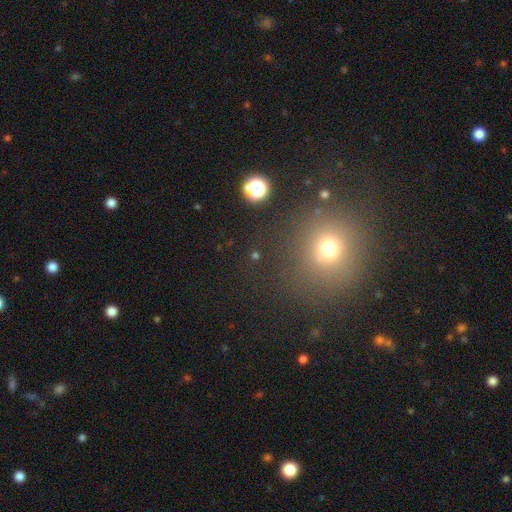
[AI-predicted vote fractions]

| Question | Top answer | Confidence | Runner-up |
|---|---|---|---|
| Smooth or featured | smooth | 53% | star or artifact (38%) |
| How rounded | round | 86% | in between (12%) |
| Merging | none | 81% | minor disturbance (9%) |